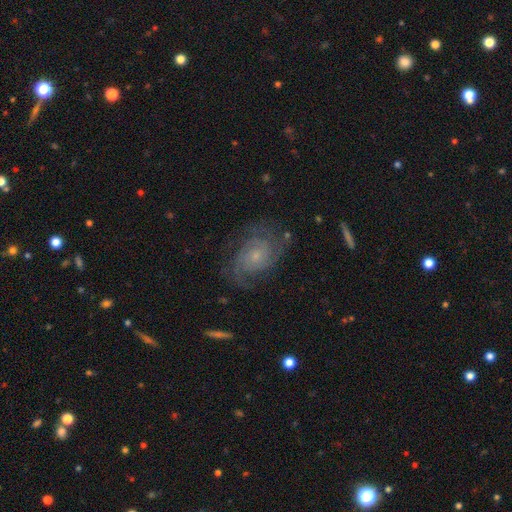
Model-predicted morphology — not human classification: Smooth or featured? Predicted: featured or disk (p=0.82). Edge-on disk? Predicted: no (p=0.97). Bar? Predicted: no (p=0.74). Spiral arms? Predicted: yes (p=0.95). Spiral winding? Predicted: tight (p=0.49). Spiral arm count? Predicted: 2 (p=0.51). Bulge size? Predicted: small (p=0.66). Merging? Predicted: none (p=0.72).